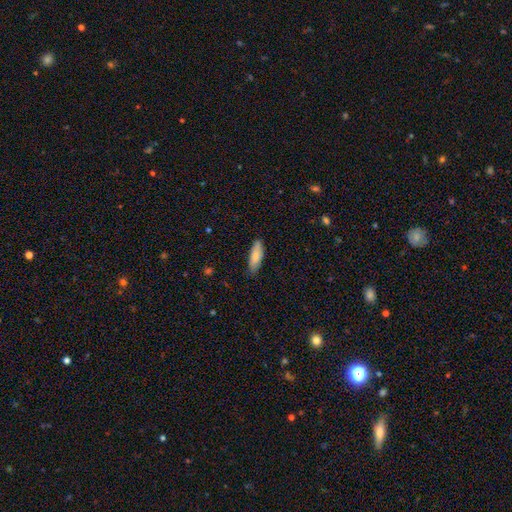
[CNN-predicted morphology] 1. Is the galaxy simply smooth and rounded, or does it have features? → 83% smooth, 12% featured or disk, 6% star or artifact.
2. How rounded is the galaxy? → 56% in between, 42% cigar-shaped, 2% round.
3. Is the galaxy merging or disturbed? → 83% none, 14% minor disturbance, 2% major disturbance, 1% merger.